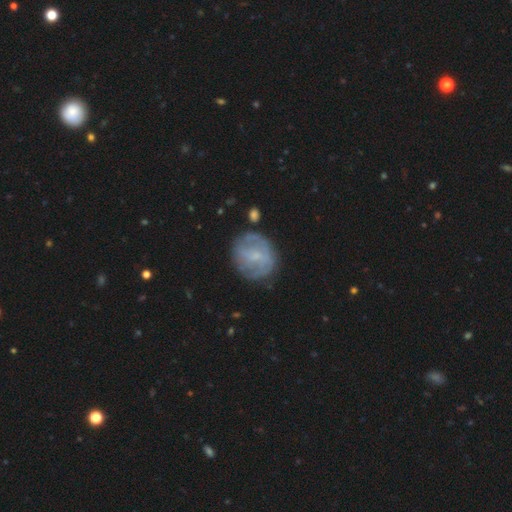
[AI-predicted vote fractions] A featured or disk galaxy (56%) with a weak bar (47%), spiral arms (62%) and a small central bulge (63%). Merging: none (70%).